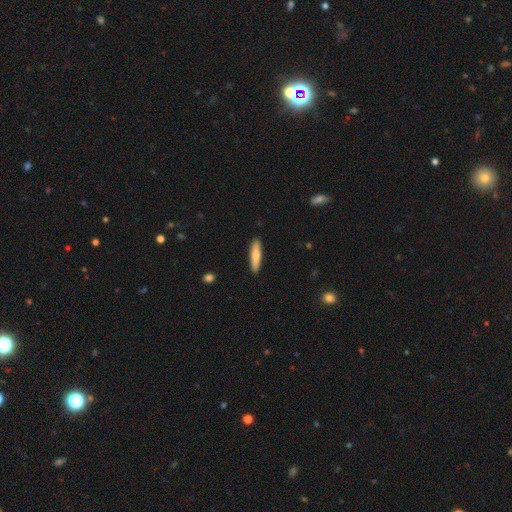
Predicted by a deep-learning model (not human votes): Smooth or featured: smooth — 78% (featured or disk — 17%)
How rounded: cigar-shaped — 84% (in between — 15%)
Merging: none — 90% (minor disturbance — 7%)